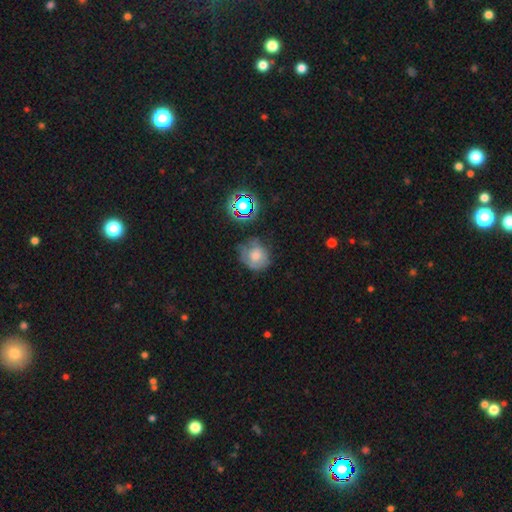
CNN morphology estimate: smooth_or_featured: smooth (p=0.60) [alt: featured or disk p=0.25]
how_rounded: round (p=0.75) [alt: in between p=0.24]
merging: none (p=0.52) [alt: minor disturbance p=0.29]